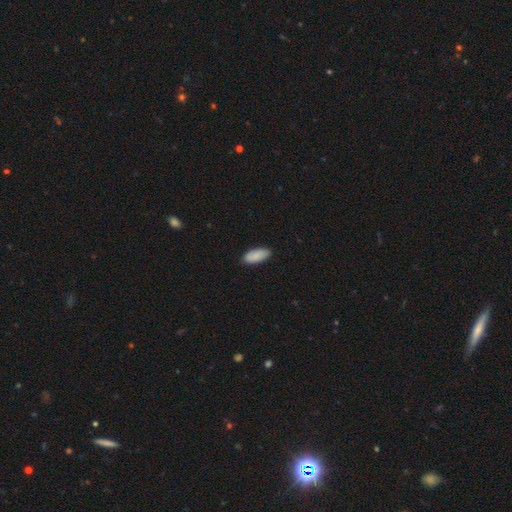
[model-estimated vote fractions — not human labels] Q: Smooth or featured?
A: smooth (87%); runner-up: featured or disk (7%)
Q: How rounded?
A: in between (88%); runner-up: cigar-shaped (11%)
Q: Merging?
A: none (88%); runner-up: minor disturbance (9%)